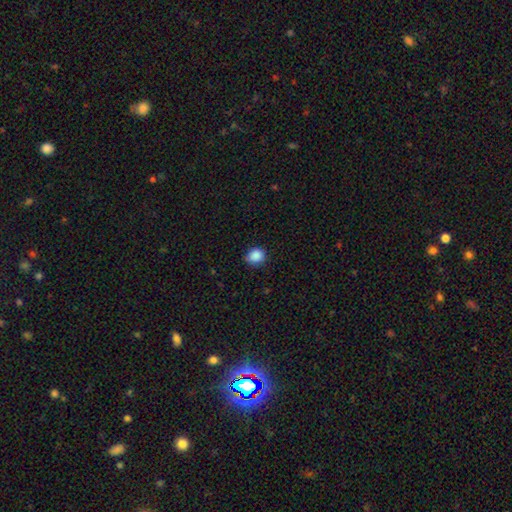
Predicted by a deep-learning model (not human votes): This is clearly a smooth galaxy (88%). How rounded: likely round (74%). Merging: likely none (76%).